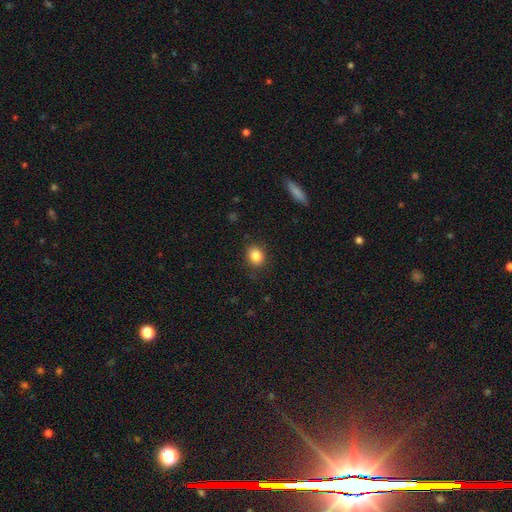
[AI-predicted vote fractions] A smooth galaxy with no disk features (85%) that is round (58%). Merging: none (87%).